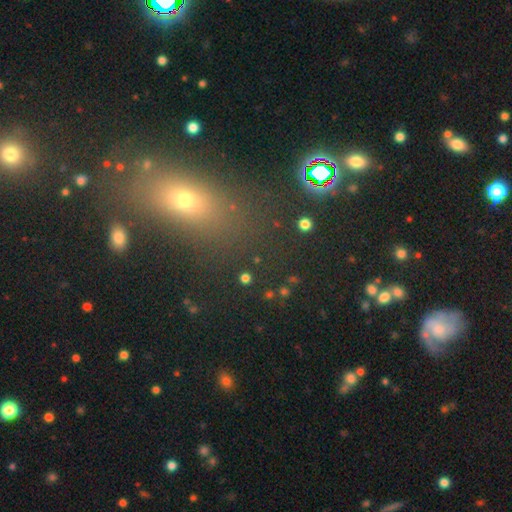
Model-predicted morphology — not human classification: A smooth galaxy with no disk features (46%). Merging: none (74%).